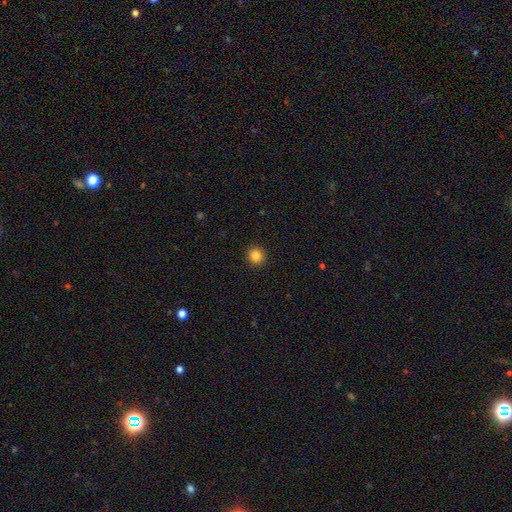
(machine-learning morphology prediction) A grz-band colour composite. It shows a smooth galaxy with no disk features (85%) that is round (90%). Merging: none (92%).